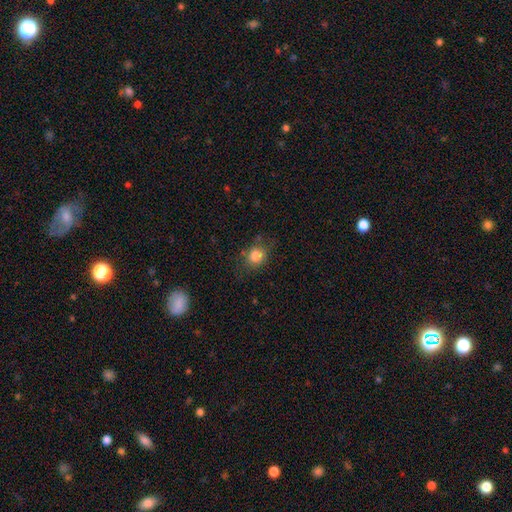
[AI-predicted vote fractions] A smooth galaxy with no disk features (81%) that is round (62%). Merging: none (71%).